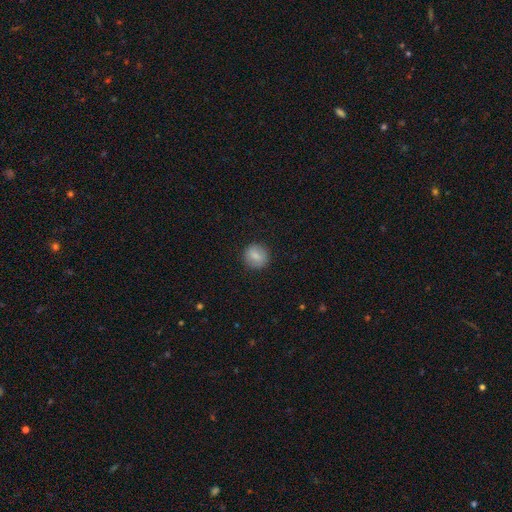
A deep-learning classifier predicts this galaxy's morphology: Smooth or featured? Predicted: smooth (p=0.81). How rounded? Predicted: round (p=0.89). Merging? Predicted: none (p=0.89).